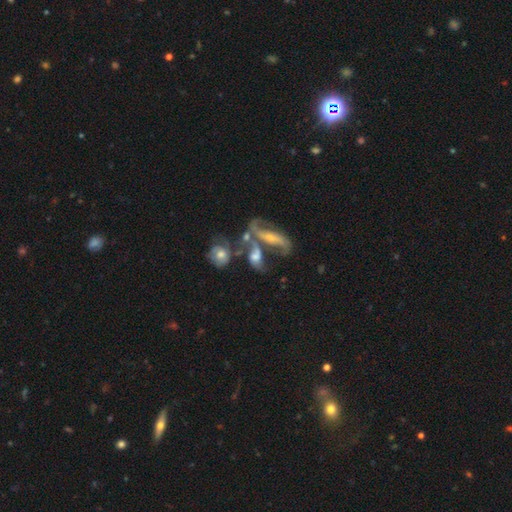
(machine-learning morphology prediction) Overall: featured or disk (67%). Edge-on disk: no (87%). Bar: no (44%; weak 30%). Spiral arms: yes (77%). Bulge size: small (44%; moderate 40%). Merging: merger (48%; none 26%).